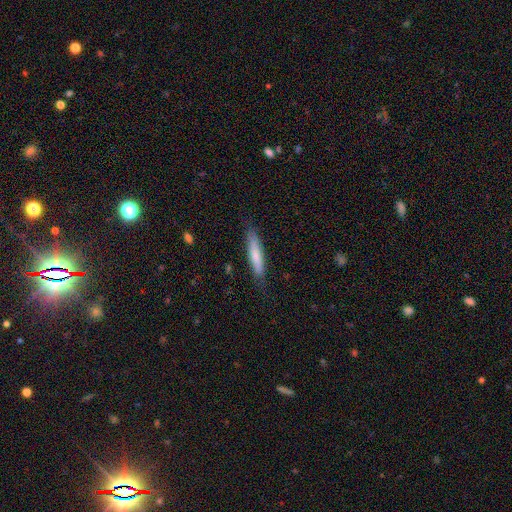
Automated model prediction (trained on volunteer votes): smooth_or_featured: smooth (p=0.73) [alt: featured or disk p=0.21]
how_rounded: cigar-shaped (p=0.88) [alt: in between p=0.11]
merging: none (p=0.81) [alt: minor disturbance p=0.15]